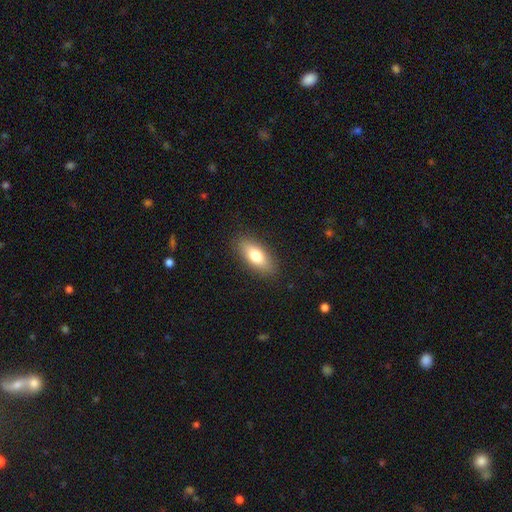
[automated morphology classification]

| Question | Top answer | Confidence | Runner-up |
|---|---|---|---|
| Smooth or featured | smooth | 76% | featured or disk (17%) |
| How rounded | in between | 79% | cigar-shaped (18%) |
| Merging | none | 87% | minor disturbance (9%) |